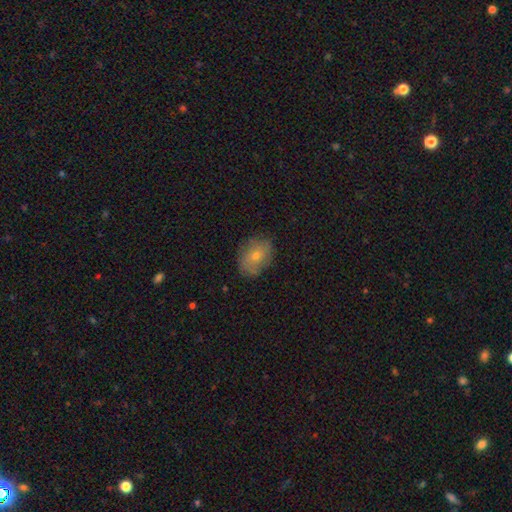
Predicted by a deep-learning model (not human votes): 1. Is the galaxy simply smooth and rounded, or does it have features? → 60% smooth, 29% featured or disk, 11% star or artifact.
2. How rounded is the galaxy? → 71% in between, 28% round, 1% cigar-shaped.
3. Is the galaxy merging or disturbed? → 79% none, 16% minor disturbance, 4% major disturbance, 1% merger.